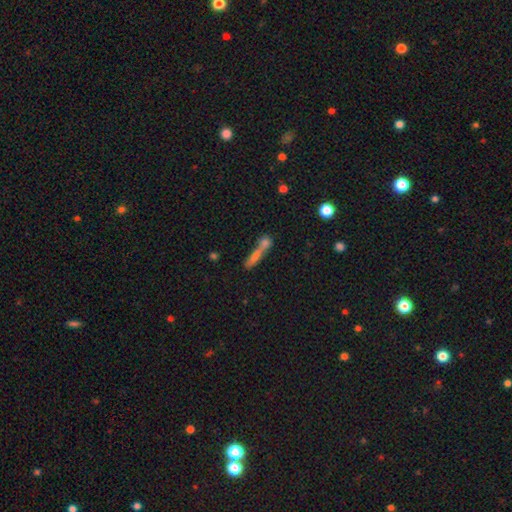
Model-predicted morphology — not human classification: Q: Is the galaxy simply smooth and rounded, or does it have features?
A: smooth — 57%.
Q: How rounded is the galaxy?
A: cigar-shaped — 76%.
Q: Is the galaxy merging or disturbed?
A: merger — 48%.